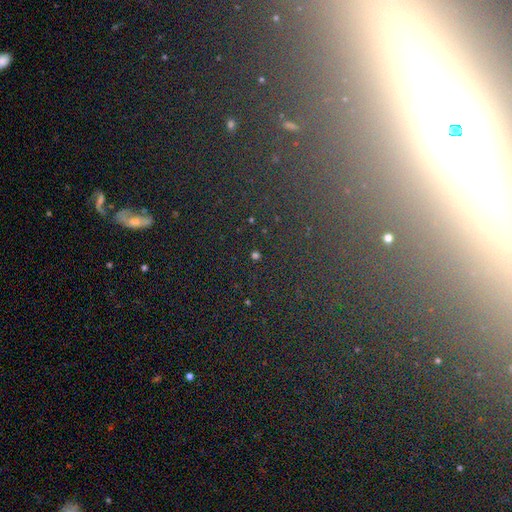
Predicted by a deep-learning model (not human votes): Smooth or featured?
  - star or artifact: 71% *
  - smooth: 18%
  - featured or disk: 11%